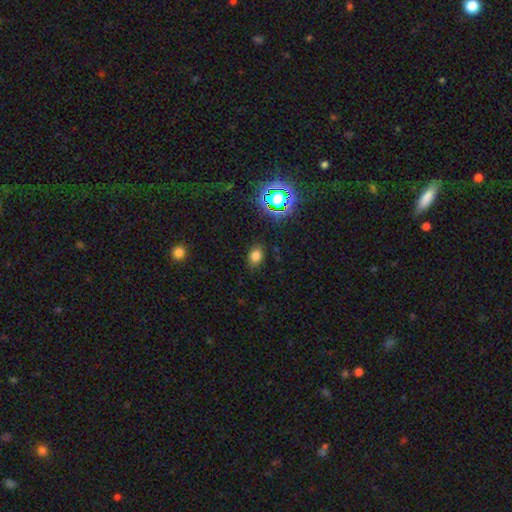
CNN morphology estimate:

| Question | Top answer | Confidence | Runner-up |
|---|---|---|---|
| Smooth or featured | smooth | 73% | star or artifact (20%) |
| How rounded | in between | 68% | round (31%) |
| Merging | none | 84% | minor disturbance (11%) |